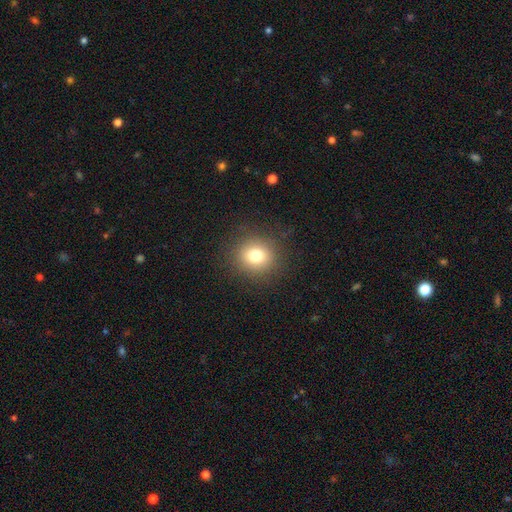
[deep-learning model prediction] Smooth or featured: smooth — 78% (star or artifact — 13%)
How rounded: round — 87% (in between — 12%)
Merging: none — 89% (minor disturbance — 7%)